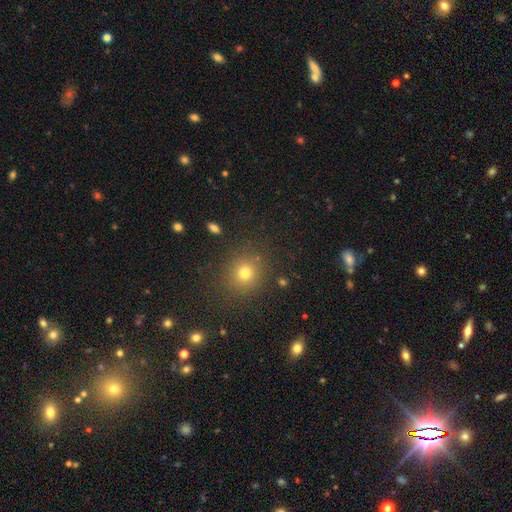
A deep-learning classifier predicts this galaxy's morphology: Smooth or featured? Predicted: smooth (p=0.56). How rounded? Predicted: round (p=0.89). Merging? Predicted: none (p=0.90).